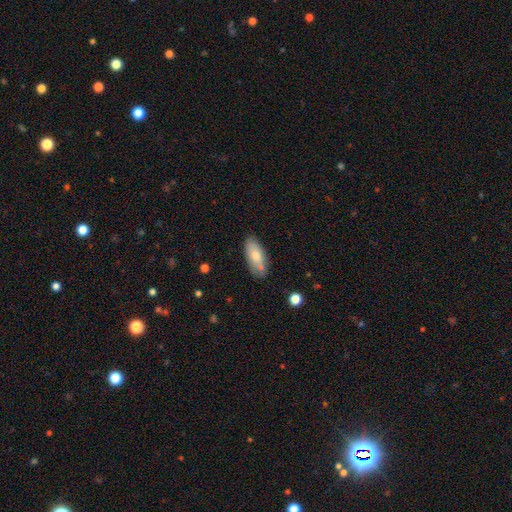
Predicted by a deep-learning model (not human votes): smooth-or-featured: smooth: 76% | featured or disk: 18% | star or artifact: 6%
  how-rounded: in between: 83% | cigar-shaped: 15% | round: 2%
  merging: none: 73% | minor disturbance: 18% | merger: 6% | major disturbance: 4%